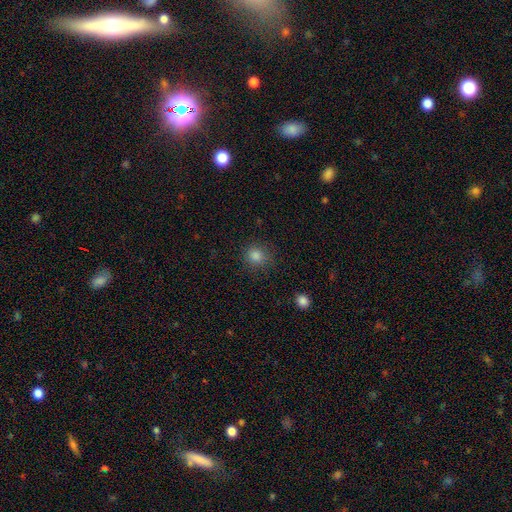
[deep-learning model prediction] The model was most divided on "smooth or featured": smooth: 82%, star or artifact: 13%, featured or disk: 4%. More confident: how rounded — round (88%); merging — none (85%).